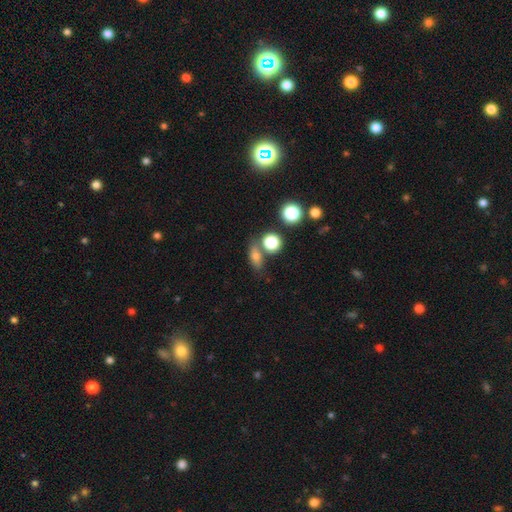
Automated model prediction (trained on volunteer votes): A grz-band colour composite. It shows a smooth galaxy with no disk features (72%) that is in between round and cigar-shaped (58%). Merging: none (62%).